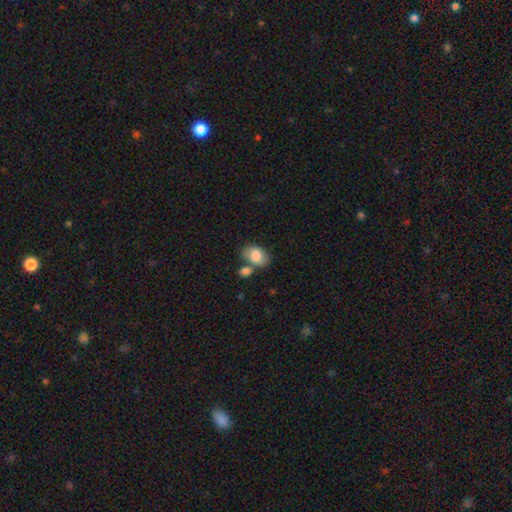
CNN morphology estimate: This appears to be a smooth galaxy with no disk features (81%) that is in between round and cigar-shaped (86%). Merging: none (55%).